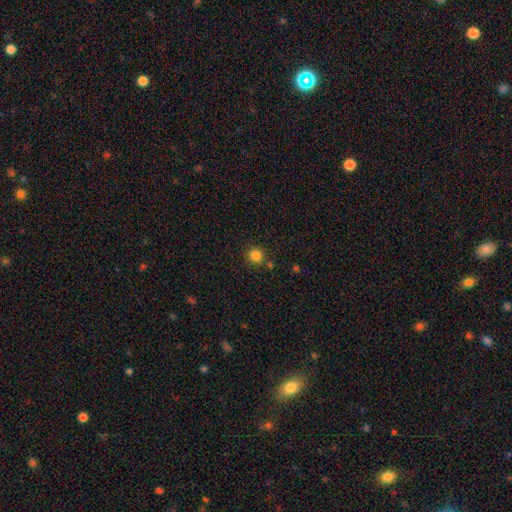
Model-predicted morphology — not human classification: This appears to be a smooth galaxy with no disk features (83%) that is round (94%). Merging: none (83%).